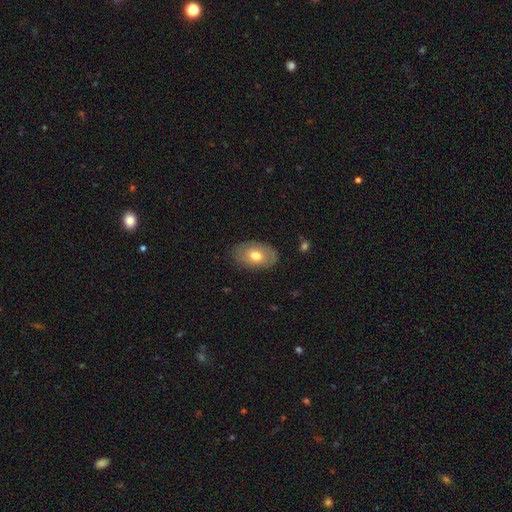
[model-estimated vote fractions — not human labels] The model was most divided on "smooth or featured": smooth: 62%, featured or disk: 31%, star or artifact: 7%. More confident: how rounded — in between (88%); merging — none (80%).